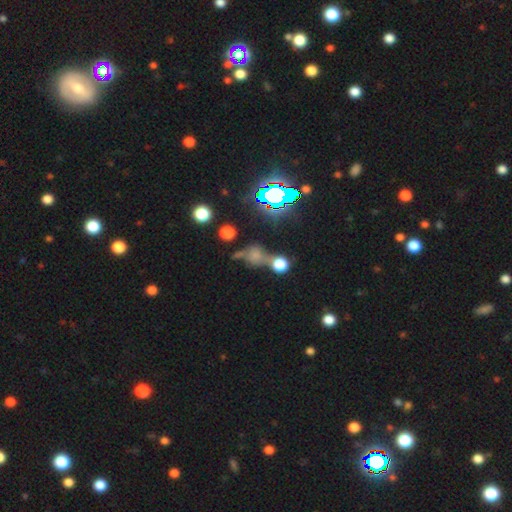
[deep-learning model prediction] Smooth or featured: smooth — 43% (star or artifact — 36%)
Merging: none — 40% (merger — 30%)